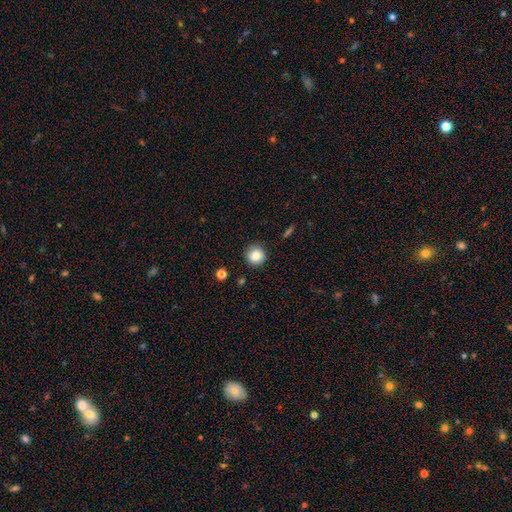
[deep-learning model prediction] Smooth or featured: smooth — 84% (star or artifact — 10%)
How rounded: round — 94% (in between — 5%)
Merging: none — 88% (minor disturbance — 8%)